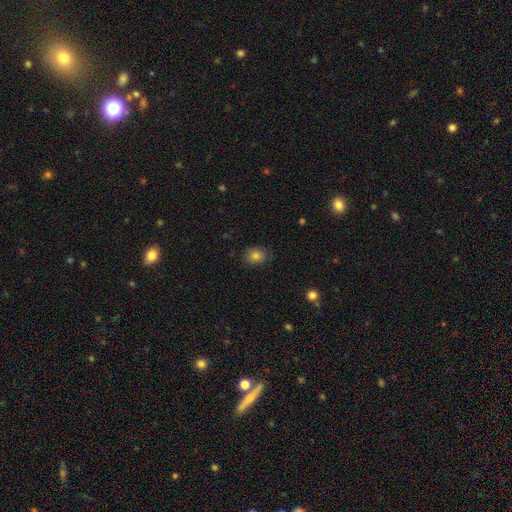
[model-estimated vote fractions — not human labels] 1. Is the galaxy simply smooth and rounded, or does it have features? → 81% smooth, 11% star or artifact, 7% featured or disk.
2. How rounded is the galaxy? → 57% round, 42% in between, 1% cigar-shaped.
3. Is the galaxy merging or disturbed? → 81% none, 15% minor disturbance, 3% major disturbance, 1% merger.